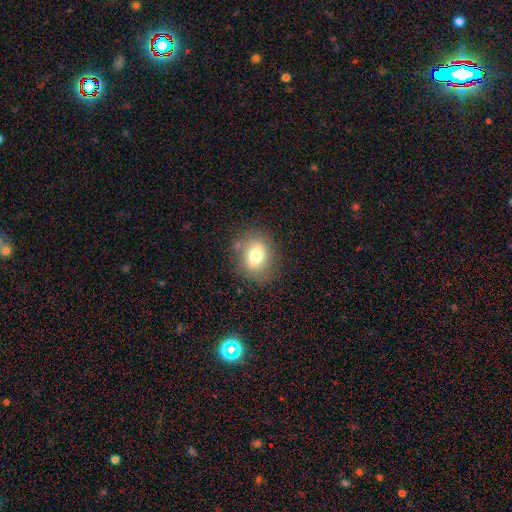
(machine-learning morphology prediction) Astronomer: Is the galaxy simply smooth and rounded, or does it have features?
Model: smooth — 70%.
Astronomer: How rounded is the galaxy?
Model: round — 63%.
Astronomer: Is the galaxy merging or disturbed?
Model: none — 78%.